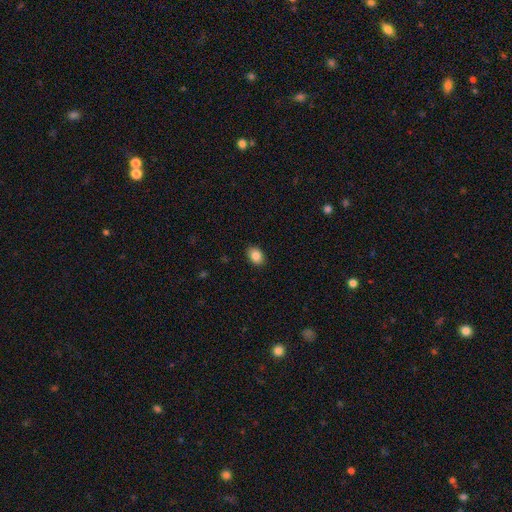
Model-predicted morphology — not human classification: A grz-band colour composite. It shows a smooth galaxy with no disk features (87%) that is in between round and cigar-shaped (76%). Merging: none (88%).